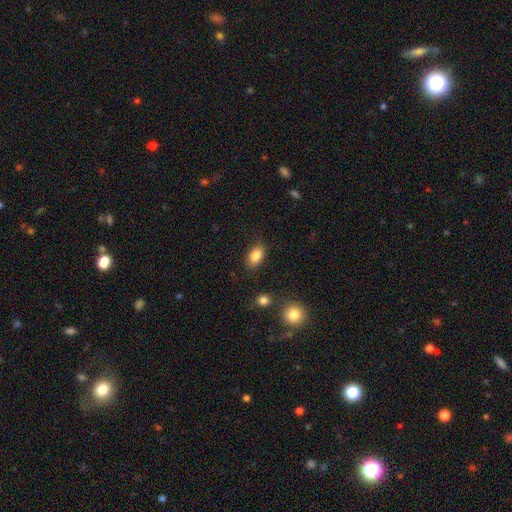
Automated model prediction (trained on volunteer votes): This is clearly a smooth galaxy (84%). How rounded: clearly in between (87%). Merging: clearly none (83%).